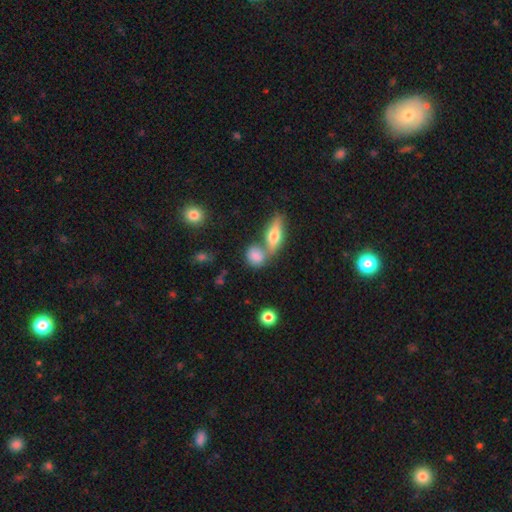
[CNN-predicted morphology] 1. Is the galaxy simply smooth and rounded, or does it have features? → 78% smooth, 12% featured or disk, 9% star or artifact.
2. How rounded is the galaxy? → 53% in between, 39% round, 8% cigar-shaped.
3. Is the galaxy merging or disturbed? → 44% none, 39% merger, 12% minor disturbance, 5% major disturbance.